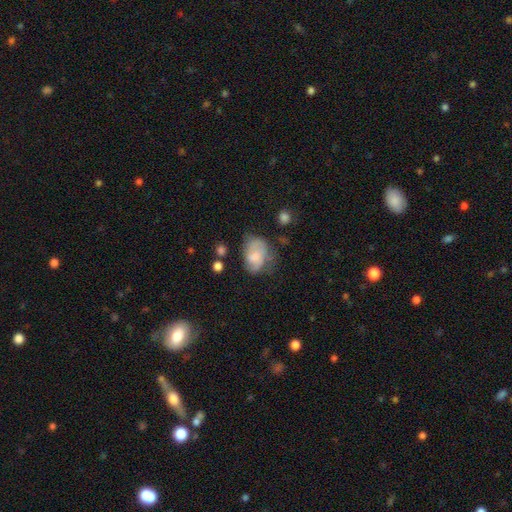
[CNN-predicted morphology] Q: Smooth or featured?
A: smooth (55%); runner-up: featured or disk (38%)
Q: How rounded?
A: in between (81%); runner-up: round (18%)
Q: Merging?
A: none (46%); runner-up: minor disturbance (31%)